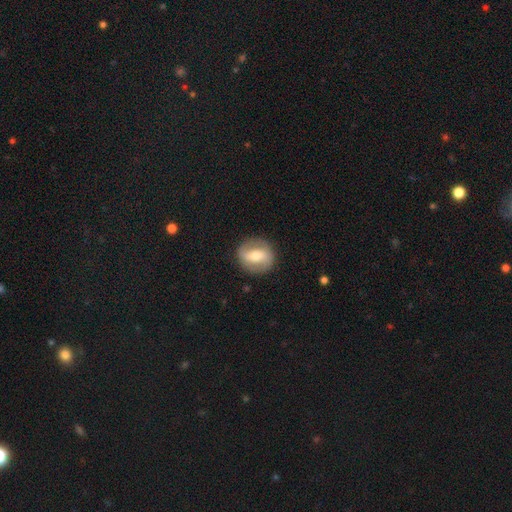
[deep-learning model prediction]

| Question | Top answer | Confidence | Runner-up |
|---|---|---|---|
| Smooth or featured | featured or disk | 60% | smooth (34%) |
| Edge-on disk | no | 95% | yes (5%) |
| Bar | strong | 44% | weak (36%) |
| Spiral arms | yes | 63% | no (37%) |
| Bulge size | moderate | 62% | small (31%) |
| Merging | none | 87% | minor disturbance (9%) |